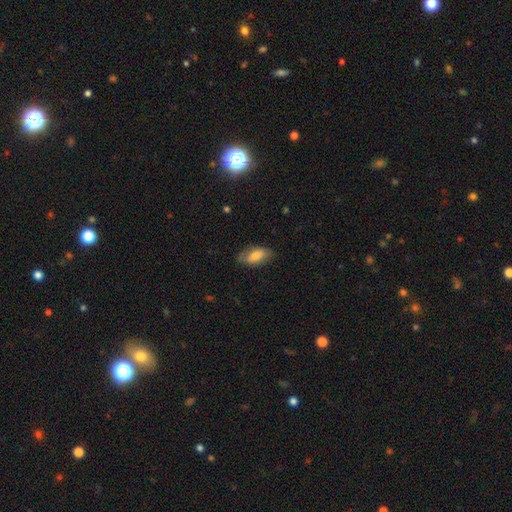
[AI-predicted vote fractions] smooth_or_featured: smooth (p=0.69) [alt: featured or disk p=0.24]
how_rounded: in between (p=0.90) [alt: cigar-shaped p=0.07]
merging: none (p=0.73) [alt: minor disturbance p=0.20]